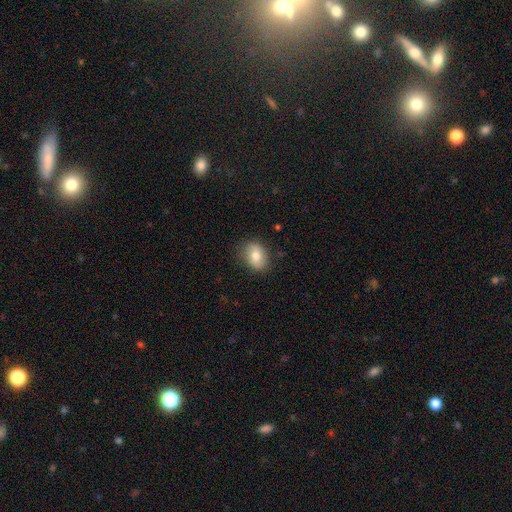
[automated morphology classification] The model was most divided on "how rounded": in between: 68%, round: 31%, cigar-shaped: 1%. More confident: merging — none (81%); smooth or featured — smooth (75%).